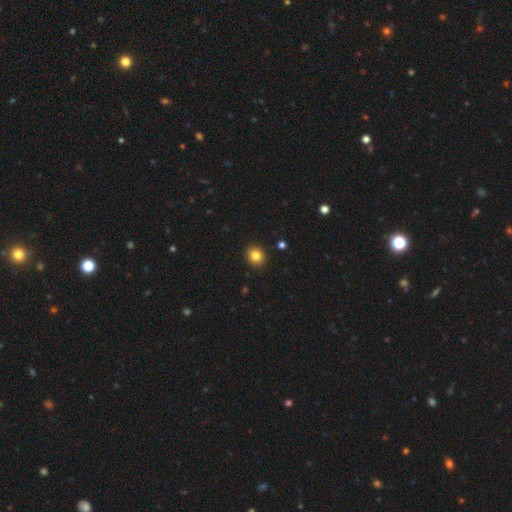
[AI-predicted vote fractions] Smooth or featured?
  - smooth: 84% *
  - star or artifact: 11%
  - featured or disk: 6%
How rounded?
  - round: 78% *
  - in between: 21%
  - cigar-shaped: 1%
Merging?
  - none: 92% *
  - minor disturbance: 5%
  - major disturbance: 2%
  - merger: 1%